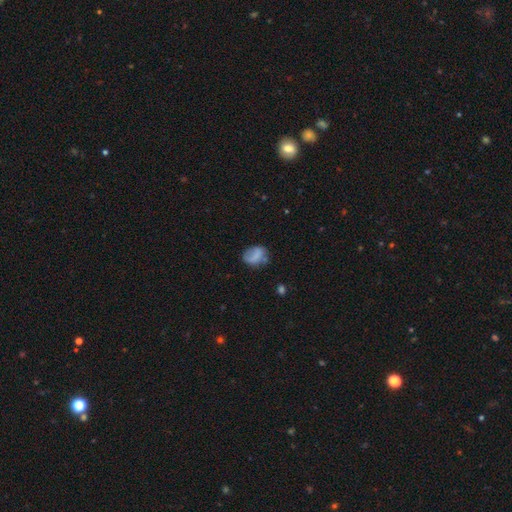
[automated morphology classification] smooth 71%, featured or disk 20%, star or artifact 9%. Down the decision tree: how rounded — in between (60%); merging — none (54%).